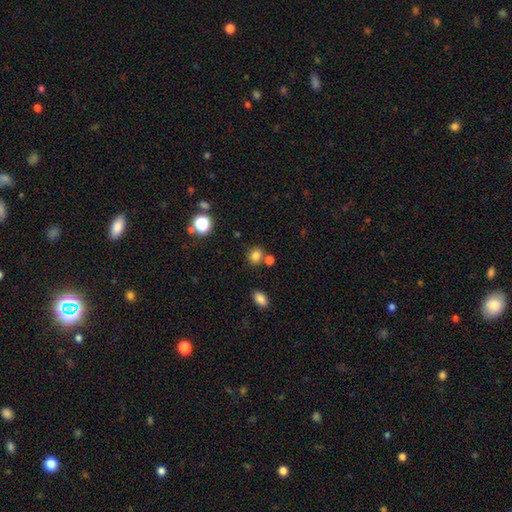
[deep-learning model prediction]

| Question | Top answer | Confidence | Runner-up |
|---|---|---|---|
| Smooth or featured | smooth | 80% | star or artifact (14%) |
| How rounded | round | 65% | in between (34%) |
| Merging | none | 71% | merger (15%) |